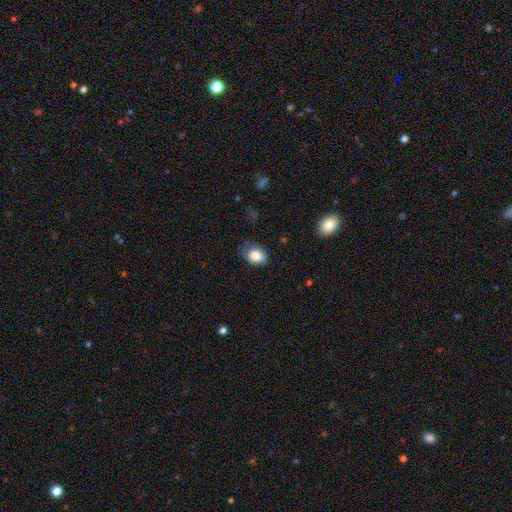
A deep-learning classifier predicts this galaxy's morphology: smooth 85%, star or artifact 8%, featured or disk 6%. Down the decision tree: how rounded — in between (66%); merging — none (60%).